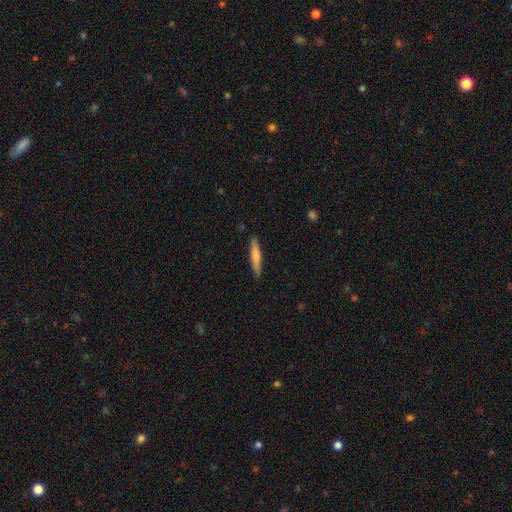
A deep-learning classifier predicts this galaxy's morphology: Smooth or featured? smooth (70%)
How rounded? cigar-shaped (91%)
Merging? none (89%)